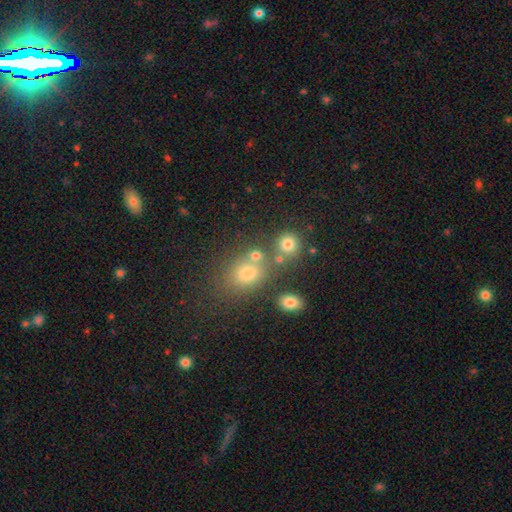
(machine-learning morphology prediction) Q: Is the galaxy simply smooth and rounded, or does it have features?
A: smooth — 72%.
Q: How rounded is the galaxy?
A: round — 55%.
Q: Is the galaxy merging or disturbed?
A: none — 58%.